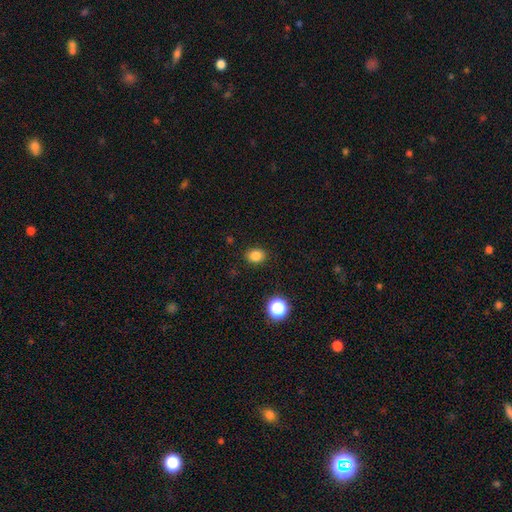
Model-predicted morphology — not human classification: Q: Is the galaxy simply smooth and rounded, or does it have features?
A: smooth — 83%.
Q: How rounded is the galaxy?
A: round — 53%.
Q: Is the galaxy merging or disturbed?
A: none — 88%.